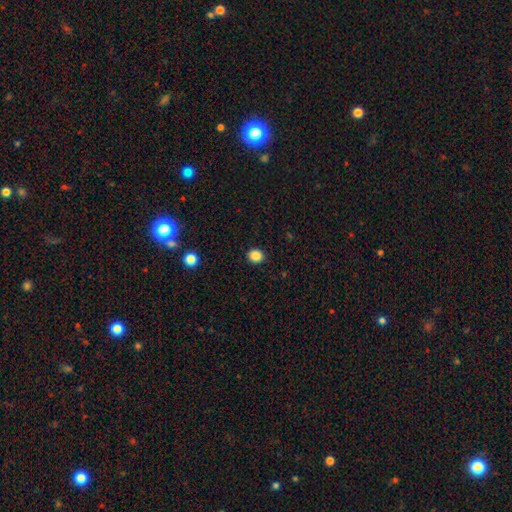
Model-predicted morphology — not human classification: smooth 86%, star or artifact 11%, featured or disk 4%. Down the decision tree: how rounded — round (77%); merging — none (92%).